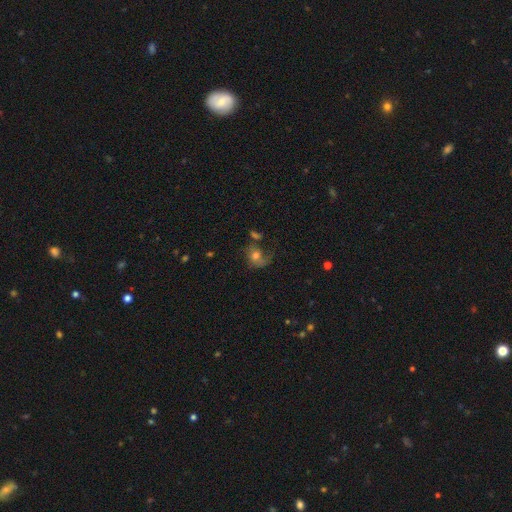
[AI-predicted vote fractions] smooth 50%, featured or disk 37%, star or artifact 13%. Down the decision tree: merging — major disturbance (35%, tied with none).